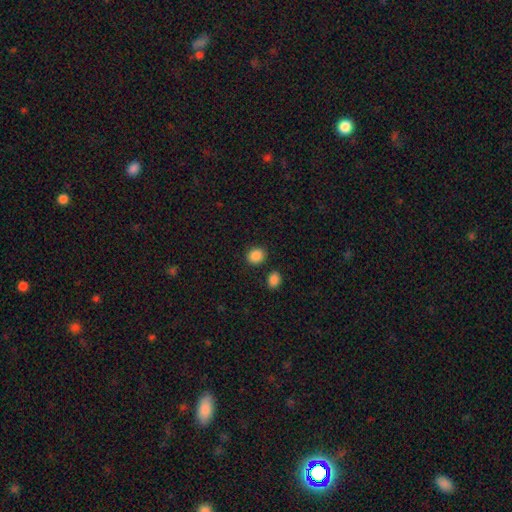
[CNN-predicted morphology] A smooth galaxy with no disk features (88%) that is round (72%). Merging: none (85%).